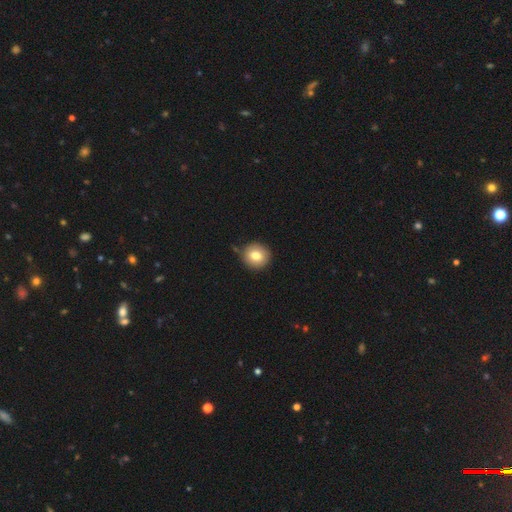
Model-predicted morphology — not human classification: A smooth galaxy with no disk features (78%) that is round (91%). Merging: none (84%).